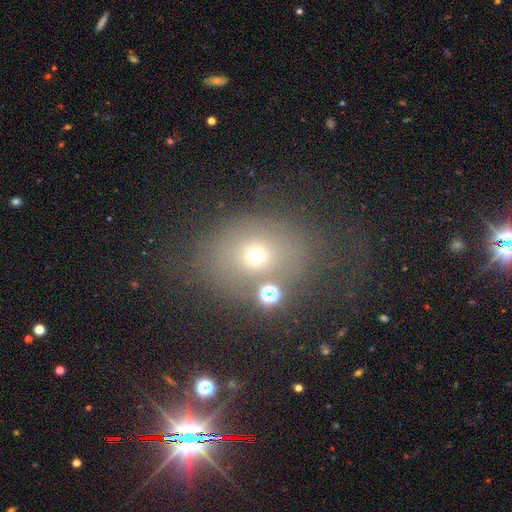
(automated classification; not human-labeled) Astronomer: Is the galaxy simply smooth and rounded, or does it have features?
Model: smooth — 64%.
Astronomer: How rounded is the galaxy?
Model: round — 52% (runner-up: in between, 46%).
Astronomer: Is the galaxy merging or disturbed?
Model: none — 64%.